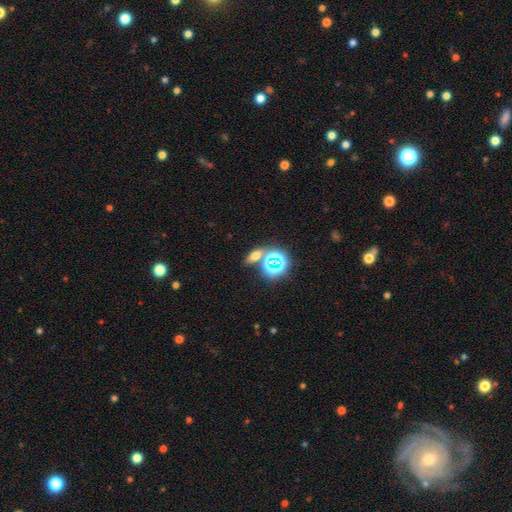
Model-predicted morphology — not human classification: Q: Smooth or featured?
A: smooth (50%); runner-up: star or artifact (35%)
Q: Merging?
A: none (70%); runner-up: merger (17%)